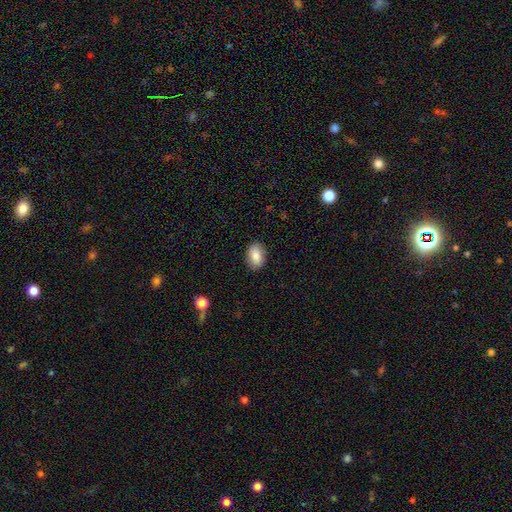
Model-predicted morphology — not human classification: A smooth galaxy with no disk features (85%) that is in between round and cigar-shaped (90%). Merging: none (88%).